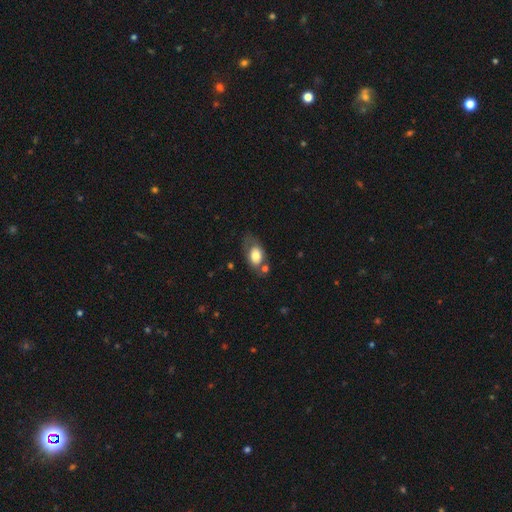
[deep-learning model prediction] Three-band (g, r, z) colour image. It shows a smooth galaxy with no disk features (73%) that is in between round and cigar-shaped (84%). Merging: none (47%).